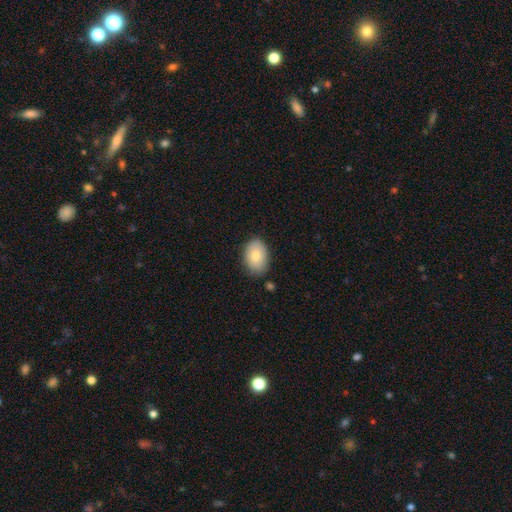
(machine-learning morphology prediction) Smooth or featured? Predicted: smooth (p=0.83). How rounded? Predicted: in between (p=0.85). Merging? Predicted: none (p=0.79).